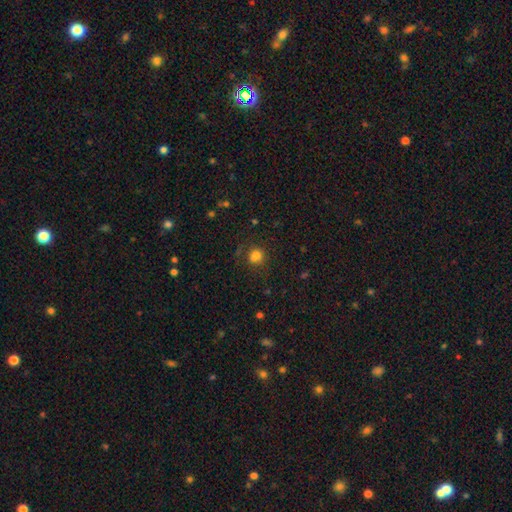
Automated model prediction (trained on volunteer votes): This is likely a smooth galaxy (78%). How rounded: likely round (71%). Merging: likely none (69%).